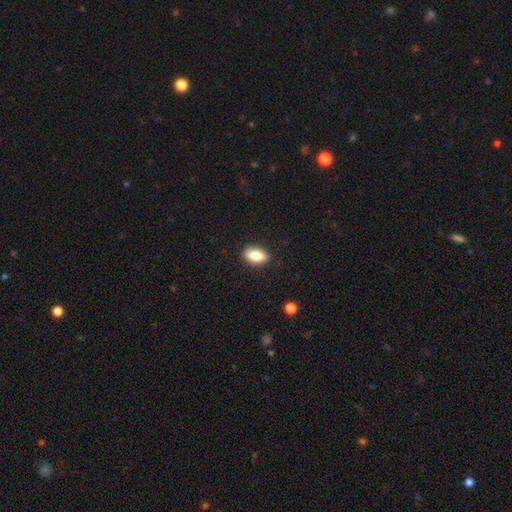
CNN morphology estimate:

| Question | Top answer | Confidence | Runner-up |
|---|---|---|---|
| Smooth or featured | smooth | 83% | featured or disk (10%) |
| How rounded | in between | 89% | round (7%) |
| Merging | none | 87% | minor disturbance (10%) |